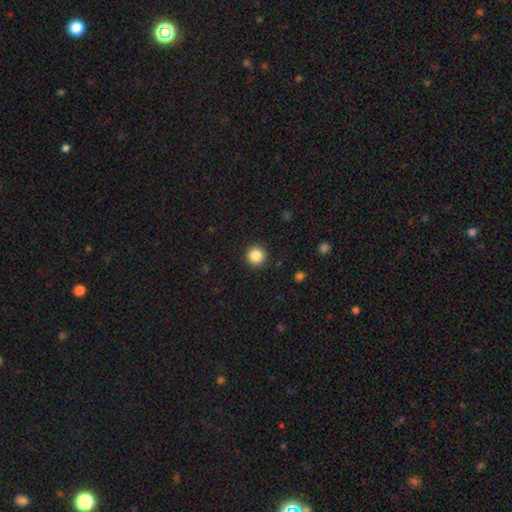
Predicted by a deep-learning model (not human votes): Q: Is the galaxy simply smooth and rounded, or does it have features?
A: smooth — 86%.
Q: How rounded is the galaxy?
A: round — 96%.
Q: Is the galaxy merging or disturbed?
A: none — 92%.